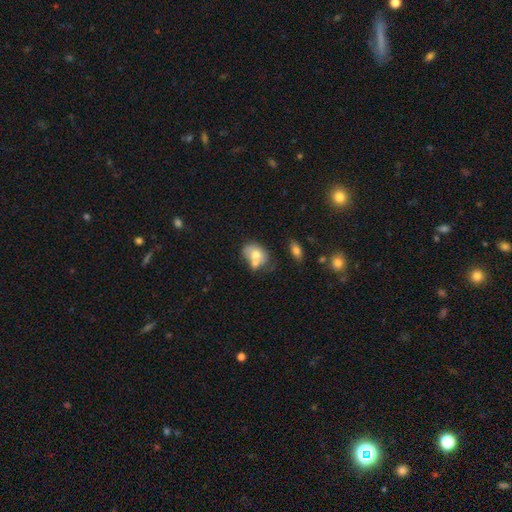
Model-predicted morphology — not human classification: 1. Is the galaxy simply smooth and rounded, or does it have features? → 65% smooth, 27% featured or disk, 8% star or artifact.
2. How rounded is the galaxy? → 64% in between, 35% round, 1% cigar-shaped.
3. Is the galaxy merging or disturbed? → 50% merger, 29% none, 15% minor disturbance, 6% major disturbance.